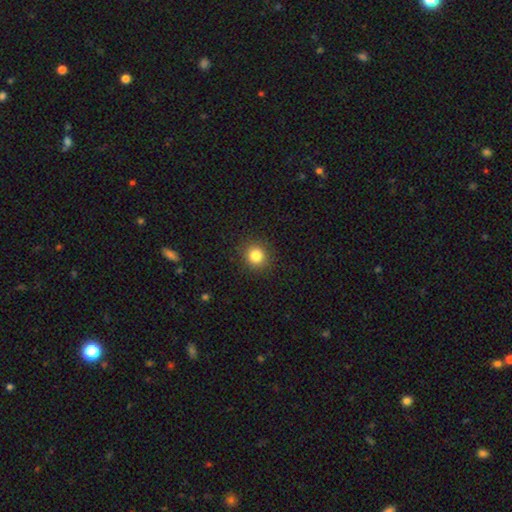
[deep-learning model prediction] Morphology: type=smooth (84%); roundness=round (91%); merging=none (91%).